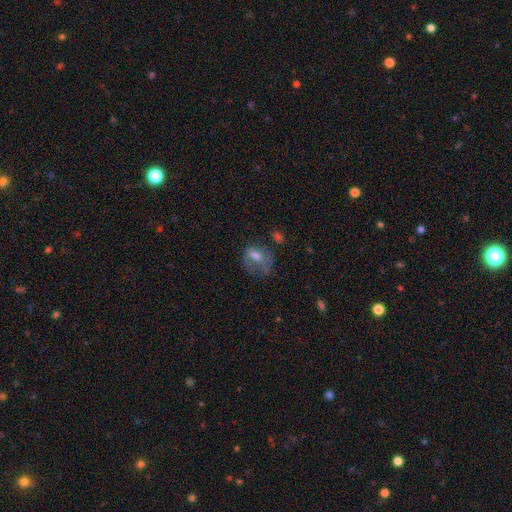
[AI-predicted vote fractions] Overall: smooth (55%; featured or disk 33%). How rounded: in between (66%; round 31%). Merging: none (37%; major disturbance 33%).